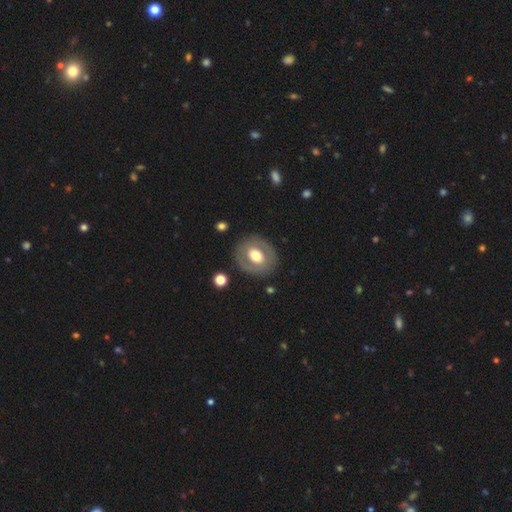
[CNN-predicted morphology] Overall: featured or disk (50%; smooth 44%). Merging: none (83%).